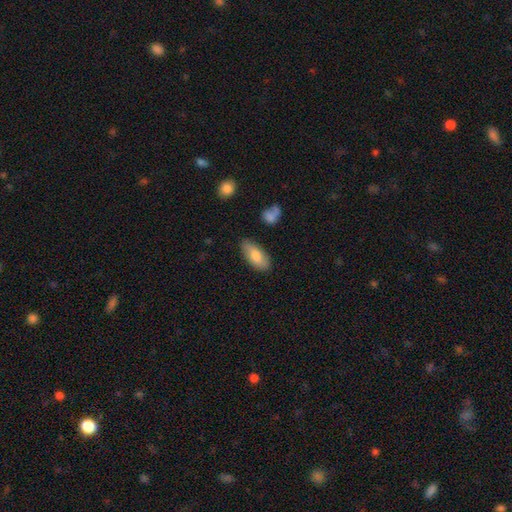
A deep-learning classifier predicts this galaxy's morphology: Smooth or featured?
  - smooth: 77% *
  - featured or disk: 17%
  - star or artifact: 6%
How rounded?
  - in between: 88% *
  - cigar-shaped: 9%
  - round: 2%
Merging?
  - none: 81% *
  - minor disturbance: 14%
  - major disturbance: 3%
  - merger: 2%